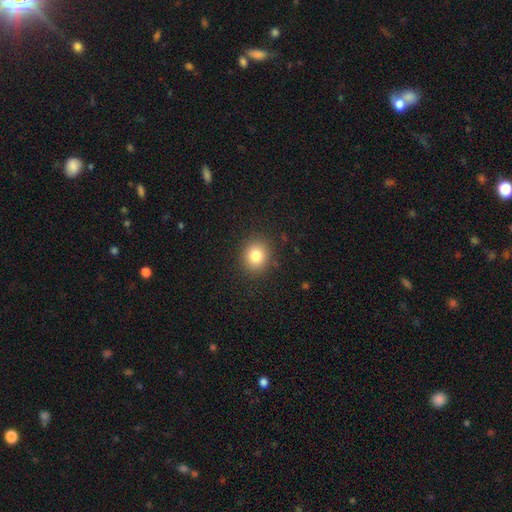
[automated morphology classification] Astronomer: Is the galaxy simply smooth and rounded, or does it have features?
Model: smooth — 81%.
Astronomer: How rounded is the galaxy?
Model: round — 78%.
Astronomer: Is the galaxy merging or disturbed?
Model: none — 89%.